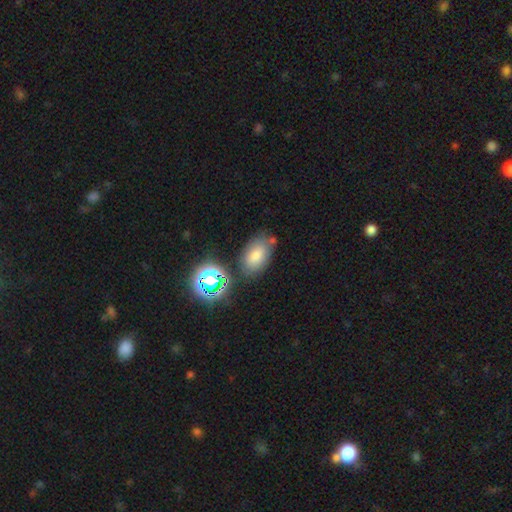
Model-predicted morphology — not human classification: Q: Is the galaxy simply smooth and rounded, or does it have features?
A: smooth — 69%.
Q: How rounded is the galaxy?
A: in between — 86%.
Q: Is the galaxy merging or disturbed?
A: none — 73%.